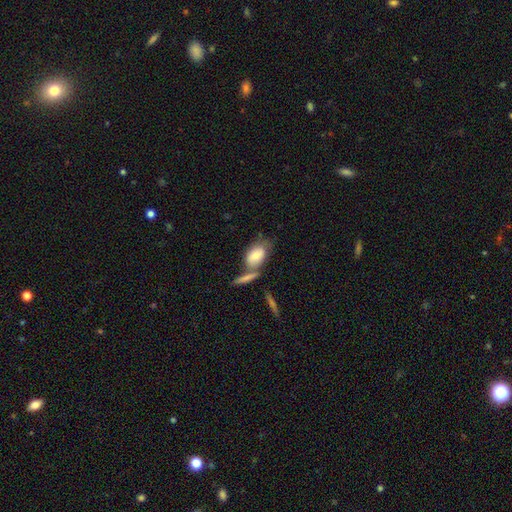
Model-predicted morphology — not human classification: This appears to be a smooth galaxy with no disk features (73%) that is in between round and cigar-shaped (89%). Merging: none (39%).